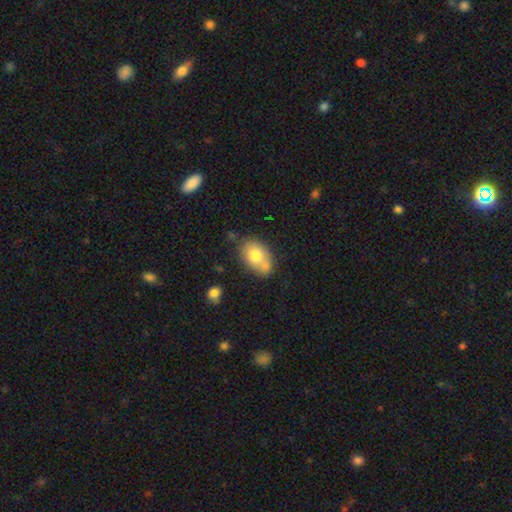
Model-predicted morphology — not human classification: This appears to be a smooth galaxy with no disk features (73%) that is in between round and cigar-shaped (81%). Merging: none (47%).